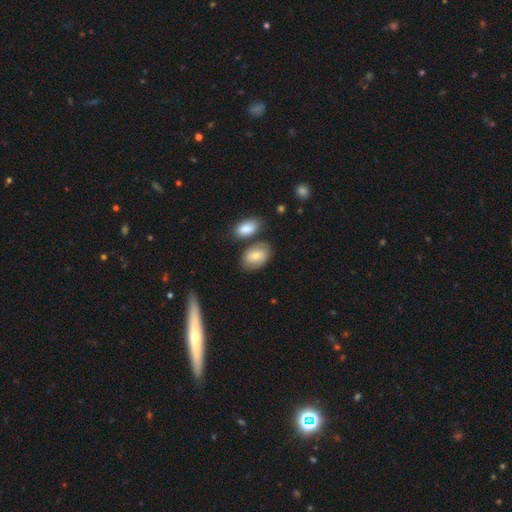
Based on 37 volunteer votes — smooth 54%, featured or disk 41%, star or artifact 5%. Down the decision tree: how rounded — in between (90%); merging — none (80%).